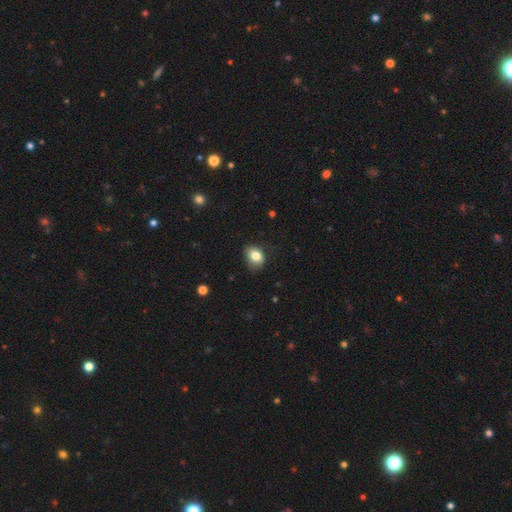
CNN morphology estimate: A smooth galaxy with no disk features (81%) that is in between round and cigar-shaped (65%).

Vote fractions:
- Smooth or featured? smooth: 81% / featured or disk: 9% / star or artifact: 9%
- How rounded? in between: 65% / round: 34% / cigar-shaped: 1%
- Merging? none: 62% / minor disturbance: 29% / major disturbance: 7% / merger: 1%